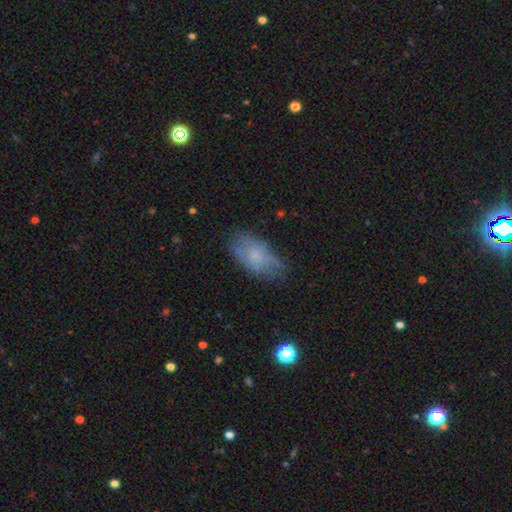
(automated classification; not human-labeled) Morphology: type=smooth (62%); roundness=in between (92%); merging=none (62%).